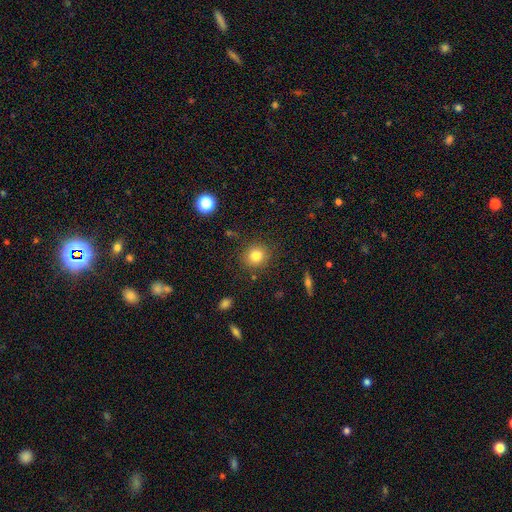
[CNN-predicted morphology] smooth_or_featured: smooth (p=0.81) [alt: star or artifact p=0.12]
how_rounded: round (p=0.86) [alt: in between p=0.13]
merging: none (p=0.87) [alt: minor disturbance p=0.09]